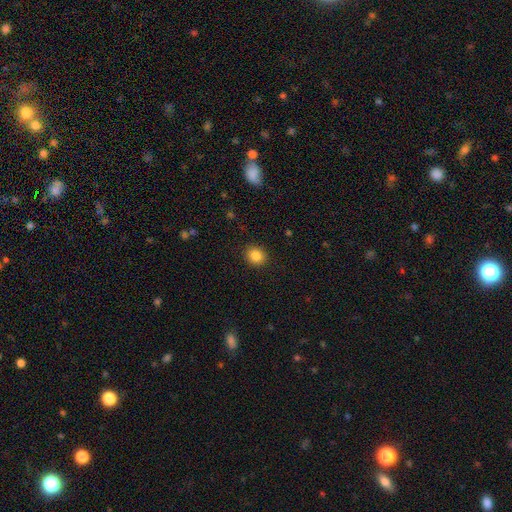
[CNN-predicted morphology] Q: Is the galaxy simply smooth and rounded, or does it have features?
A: smooth — 85%.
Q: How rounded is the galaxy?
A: round — 76%.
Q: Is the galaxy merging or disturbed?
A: none — 90%.